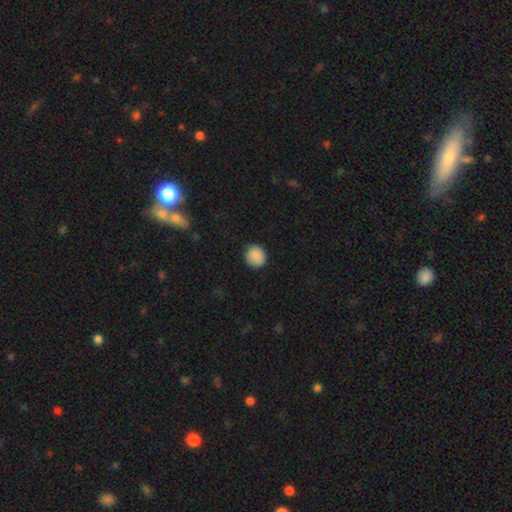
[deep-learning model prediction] Morphology: type=smooth (89%); roundness=round (83%); merging=none (88%).